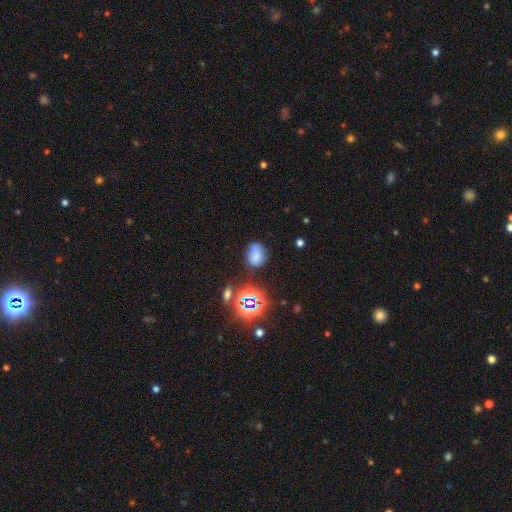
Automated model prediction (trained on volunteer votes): smooth_or_featured: smooth (p=0.64) [alt: star or artifact p=0.22]
how_rounded: in between (p=0.64) [alt: round p=0.34]
merging: none (p=0.60) [alt: minor disturbance p=0.26]